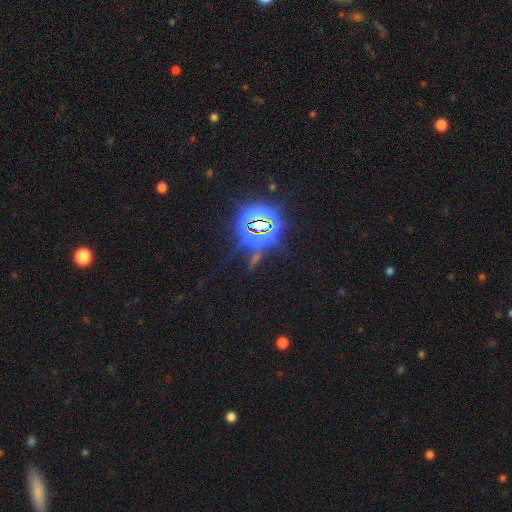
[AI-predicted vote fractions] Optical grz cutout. It shows a star or artifact, not a galaxy (81%).